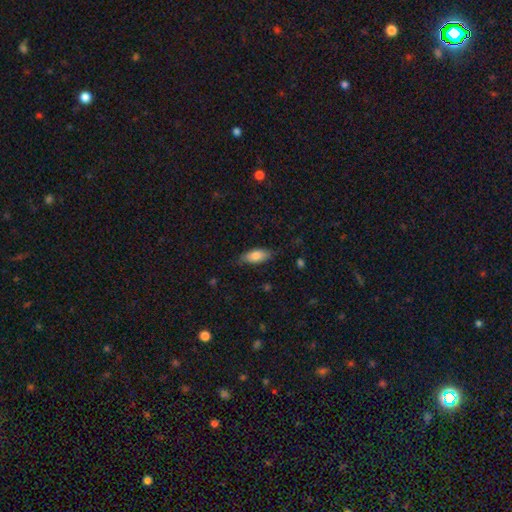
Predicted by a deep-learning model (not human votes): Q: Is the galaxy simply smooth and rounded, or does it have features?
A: smooth — 80%.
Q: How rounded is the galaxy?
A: in between — 81%.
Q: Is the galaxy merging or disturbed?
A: none — 77%.